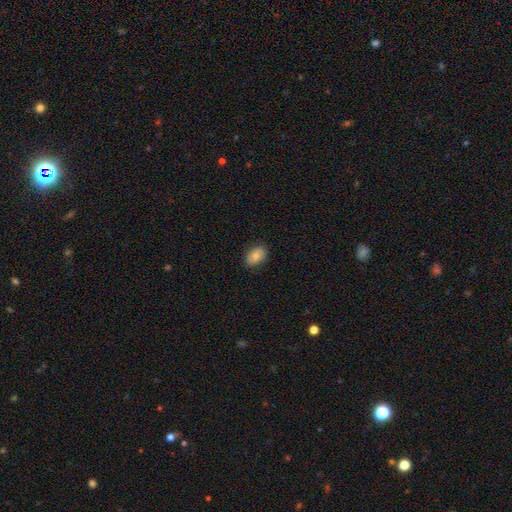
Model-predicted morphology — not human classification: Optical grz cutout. It shows a smooth galaxy with no disk features (76%) that is in between round and cigar-shaped (82%). Merging: none (82%).